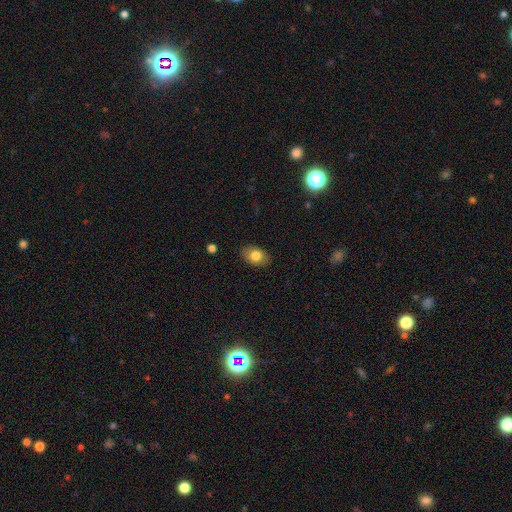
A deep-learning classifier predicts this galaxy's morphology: Smooth or featured?
  - smooth: 80% *
  - featured or disk: 12%
  - star or artifact: 8%
How rounded?
  - in between: 81% *
  - round: 18%
  - cigar-shaped: 1%
Merging?
  - none: 85% *
  - minor disturbance: 11%
  - major disturbance: 2%
  - merger: 1%